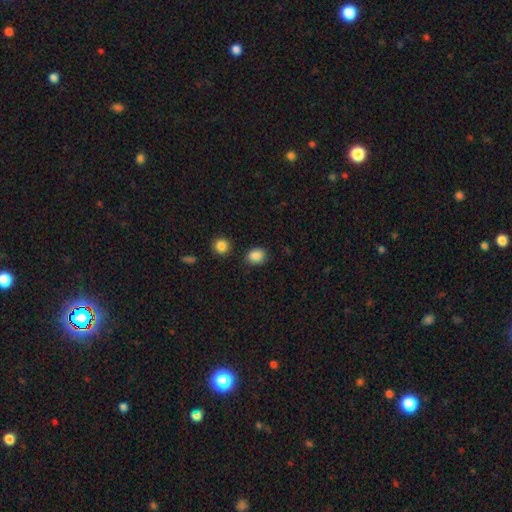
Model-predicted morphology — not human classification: type=smooth (86%); roundness=round (54%); merging=none (81%).